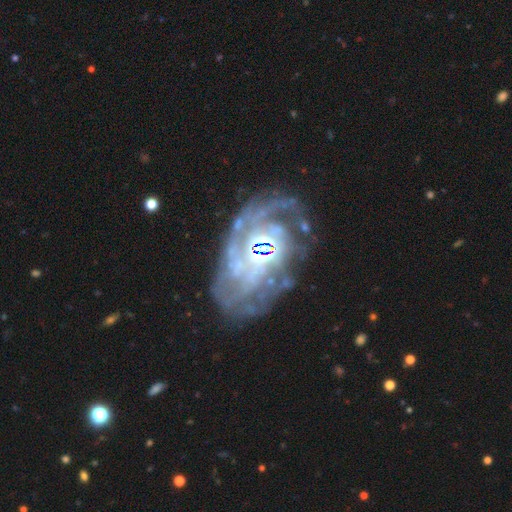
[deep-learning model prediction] Smooth or featured?
  - featured or disk: 84% *
  - star or artifact: 9%
  - smooth: 7%
Edge-on disk?
  - no: 96% *
  - yes: 4%
Bar?
  - no: 56% *
  - weak: 31%
  - strong: 13%
Spiral arms?
  - yes: 89% *
  - no: 11%
Spiral winding?
  - tight: 62% *
  - medium: 29%
  - loose: 10%
Spiral arm count?
  - can't tell: 39% *
  - 2: 17%
  - 3: 16%
  - 4: 11%
  - more than 4: 10%
  - 1: 8%
Bulge size?
  - moderate: 41% *
  - small: 35%
  - none: 13%
  - large: 9%
  - dominant: 2%
Merging?
  - none: 61% *
  - minor disturbance: 19%
  - major disturbance: 15%
  - merger: 5%